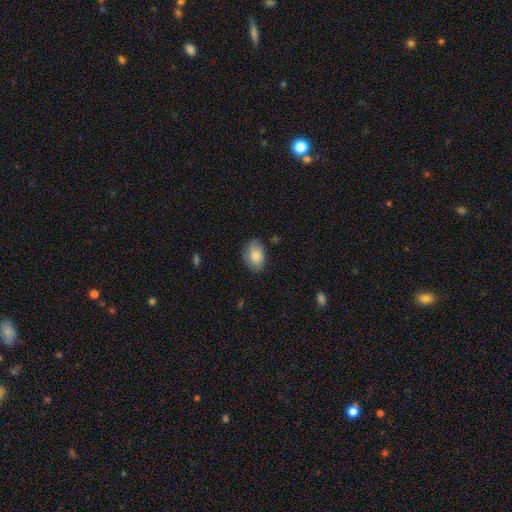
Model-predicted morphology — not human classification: smooth_or_featured: smooth (p=0.83) [alt: featured or disk p=0.10]
how_rounded: in between (p=0.82) [alt: round p=0.16]
merging: none (p=0.72) [alt: minor disturbance p=0.22]